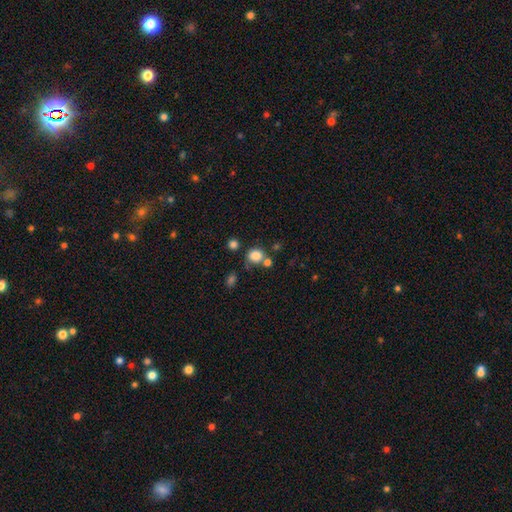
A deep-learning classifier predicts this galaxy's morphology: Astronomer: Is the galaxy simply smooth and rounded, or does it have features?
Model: smooth — 82%.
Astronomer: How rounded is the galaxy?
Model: round — 80%.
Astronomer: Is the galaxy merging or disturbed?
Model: none — 59%.